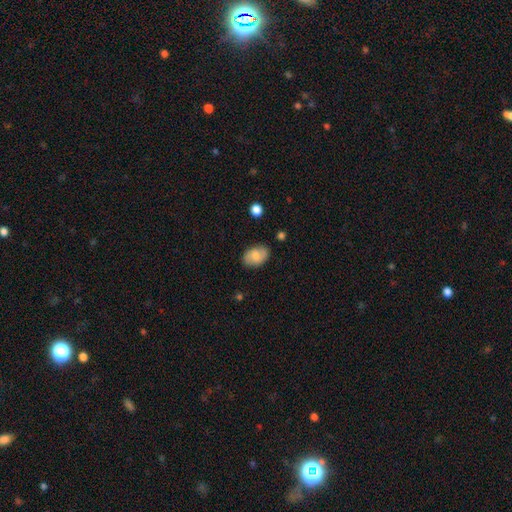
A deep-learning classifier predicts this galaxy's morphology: The model was most divided on "smooth or featured": smooth: 67%, featured or disk: 25%, star or artifact: 8%. More confident: how rounded — in between (87%); merging — none (79%).